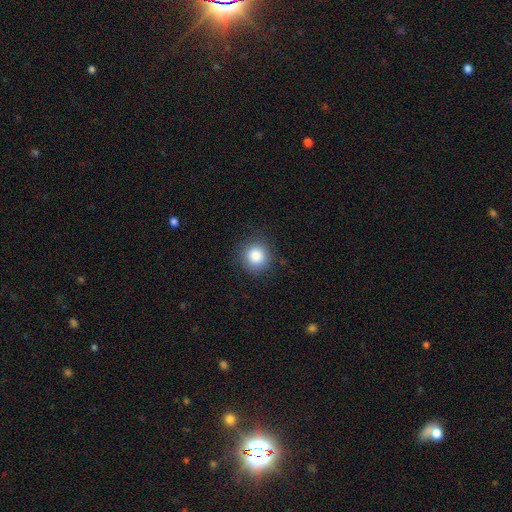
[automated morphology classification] smooth-or-featured: smooth: 86% | star or artifact: 10% | featured or disk: 5%
  how-rounded: round: 91% | in between: 8% | cigar-shaped: 1%
  merging: none: 86% | minor disturbance: 9% | major disturbance: 3% | merger: 1%